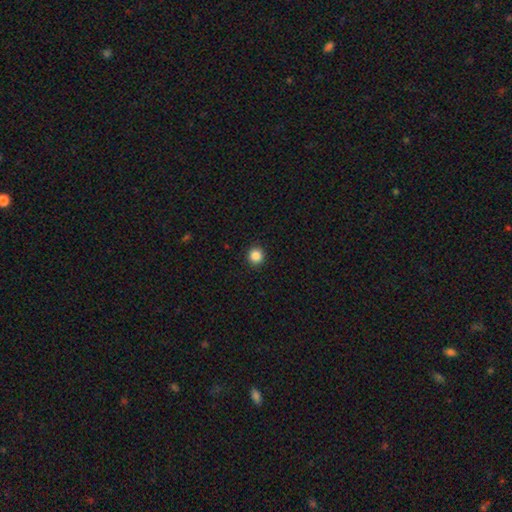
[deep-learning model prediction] Smooth or featured? Predicted: smooth (p=0.86). How rounded? Predicted: round (p=0.93). Merging? Predicted: none (p=0.93).